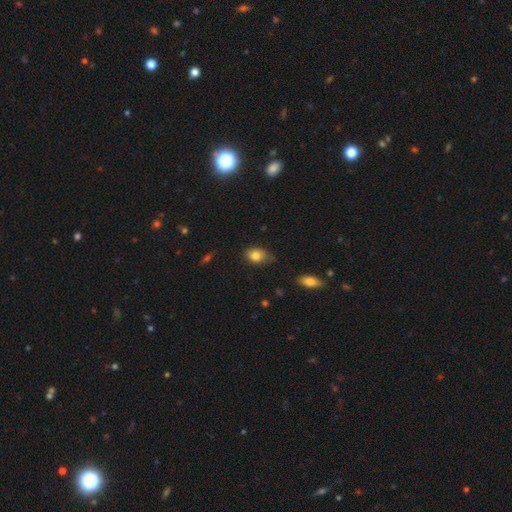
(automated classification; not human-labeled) smooth 81%, featured or disk 10%, star or artifact 9%. Down the decision tree: how rounded — in between (69%); merging — none (66%).